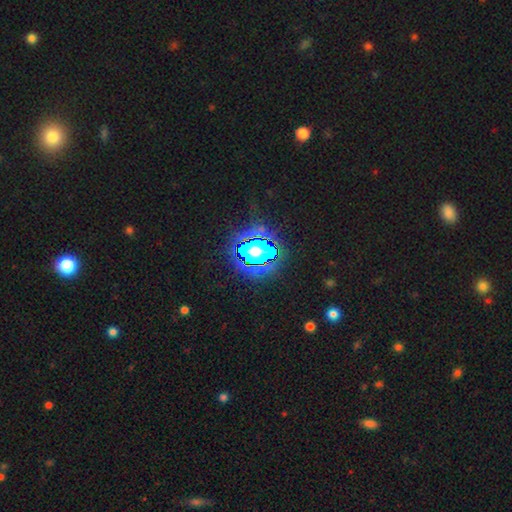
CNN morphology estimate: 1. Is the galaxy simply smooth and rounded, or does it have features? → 77% star or artifact, 15% smooth, 8% featured or disk.